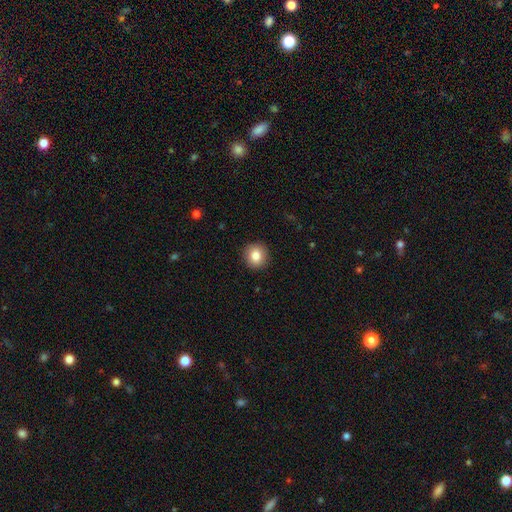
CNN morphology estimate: Smooth or featured?
  - smooth: 84% *
  - star or artifact: 9%
  - featured or disk: 7%
How rounded?
  - round: 91% *
  - in between: 8%
  - cigar-shaped: 1%
Merging?
  - none: 91% *
  - minor disturbance: 6%
  - major disturbance: 2%
  - merger: 1%